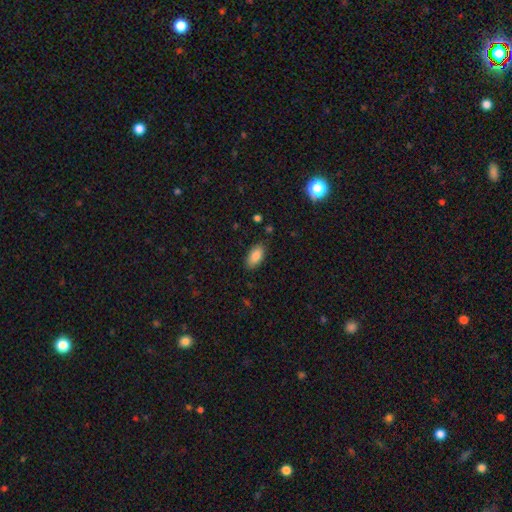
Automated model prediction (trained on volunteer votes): A smooth galaxy with no disk features (86%) that is in between round and cigar-shaped (91%).

Vote fractions:
- Smooth or featured? smooth: 86% / star or artifact: 7% / featured or disk: 7%
- How rounded? in between: 91% / cigar-shaped: 6% / round: 3%
- Merging? none: 85% / minor disturbance: 11% / major disturbance: 3% / merger: 1%